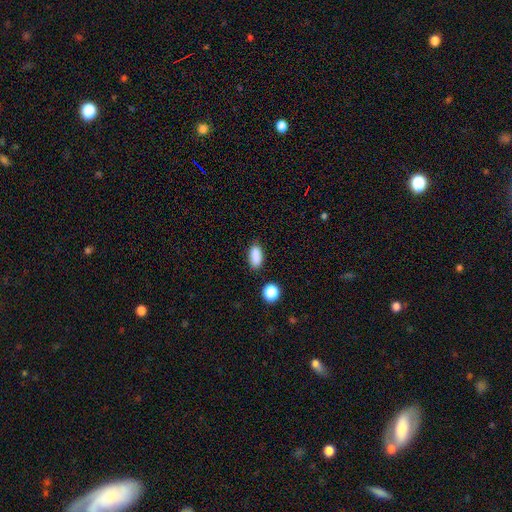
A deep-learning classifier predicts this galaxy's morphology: Smooth or featured? smooth (87%)
How rounded? in between (85%)
Merging? none (82%)